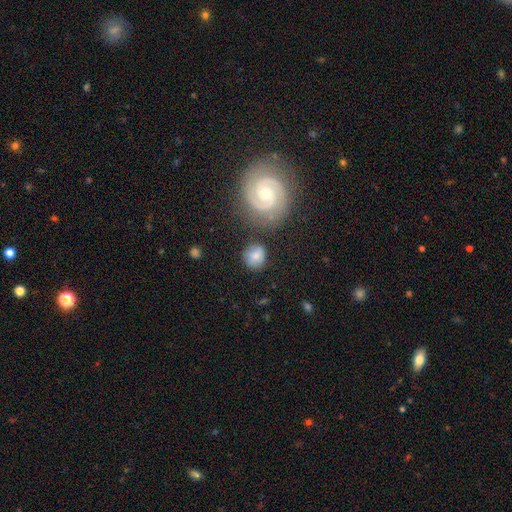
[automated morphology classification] smooth-or-featured: smooth: 64% | featured or disk: 27% | star or artifact: 8%
  how-rounded: round: 79% | in between: 19% | cigar-shaped: 1%
  merging: none: 69% | minor disturbance: 16% | merger: 8% | major disturbance: 6%